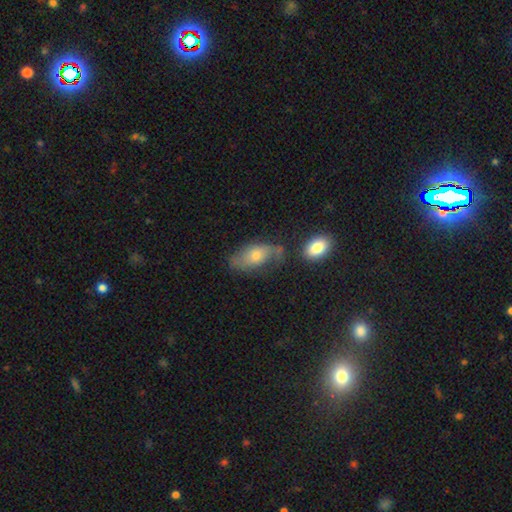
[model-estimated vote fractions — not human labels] Smooth or featured?
  - featured or disk: 48% *
  - smooth: 37%
  - star or artifact: 15%
Merging?
  - none: 60% *
  - minor disturbance: 22%
  - merger: 9%
  - major disturbance: 9%